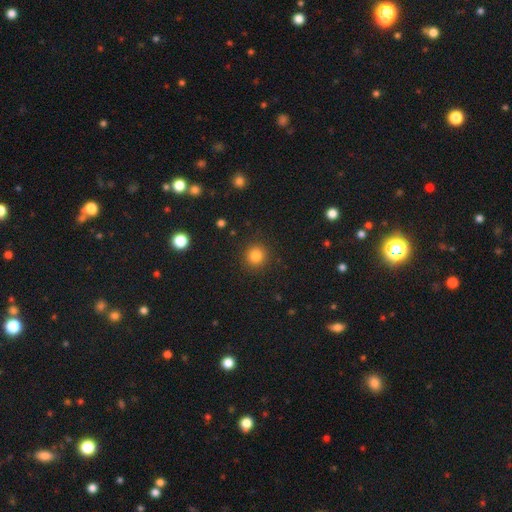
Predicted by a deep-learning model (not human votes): A smooth galaxy with no disk features (83%) that is round (93%).

Vote fractions:
- Smooth or featured? smooth: 83% / star or artifact: 12% / featured or disk: 5%
- How rounded? round: 93% / in between: 6% / cigar-shaped: 1%
- Merging? none: 91% / minor disturbance: 6% / major disturbance: 2% / merger: 1%